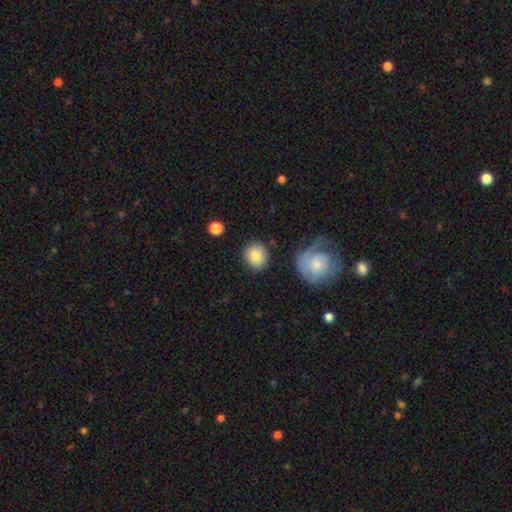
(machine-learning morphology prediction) A smooth galaxy with no disk features (84%) that is round (75%).

Vote fractions:
- Smooth or featured? smooth: 84% / featured or disk: 9% / star or artifact: 7%
- How rounded? round: 75% / in between: 24% / cigar-shaped: 1%
- Merging? none: 82% / minor disturbance: 10% / merger: 4% / major disturbance: 3%